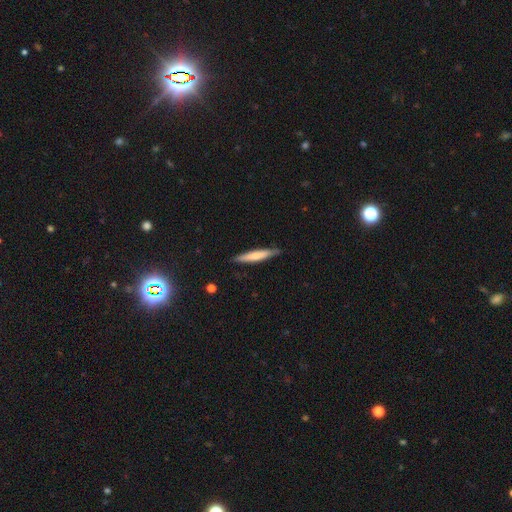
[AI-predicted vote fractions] smooth_or_featured: smooth (p=0.64) [alt: featured or disk p=0.31]
how_rounded: cigar-shaped (p=0.93) [alt: in between p=0.06]
merging: none (p=0.85) [alt: minor disturbance p=0.12]